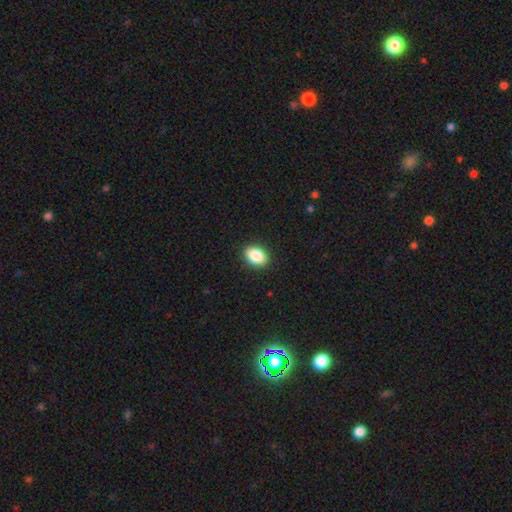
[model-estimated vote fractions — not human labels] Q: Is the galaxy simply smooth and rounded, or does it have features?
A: smooth — 86%.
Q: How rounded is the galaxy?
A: in between — 83%.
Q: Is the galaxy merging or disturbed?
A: none — 90%.